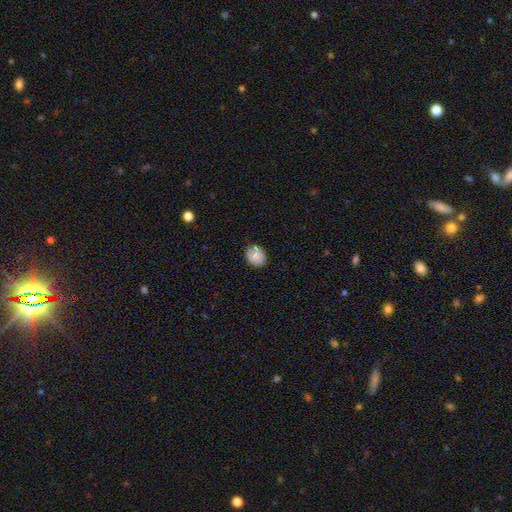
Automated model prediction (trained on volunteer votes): Morphology: type=smooth (86%); roundness=round (52%); merging=none (81%).